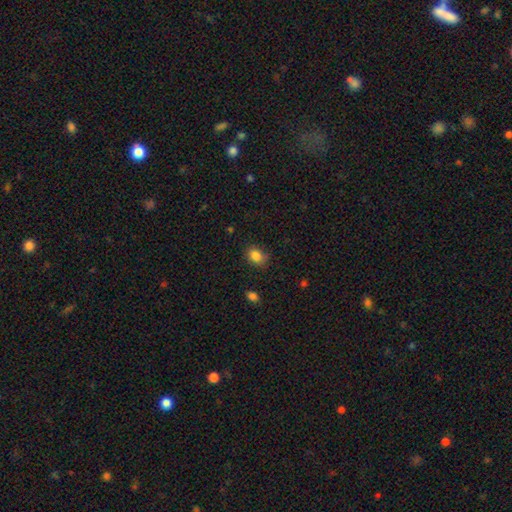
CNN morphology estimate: type=smooth (85%); roundness=in between (62%); merging=none (73%).